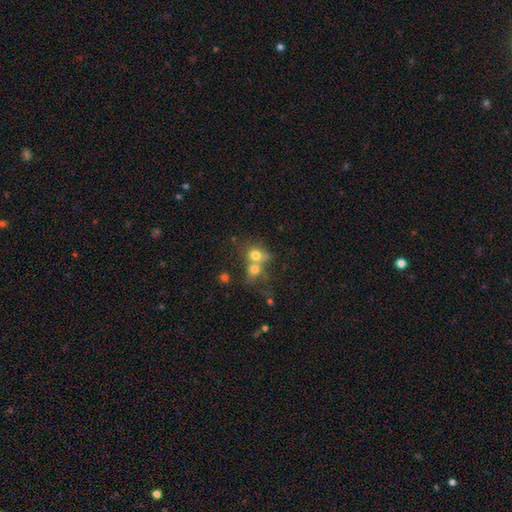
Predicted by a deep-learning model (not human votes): smooth 71%, featured or disk 16%, star or artifact 12%. Down the decision tree: how rounded — round (69%); merging — merger (62%).